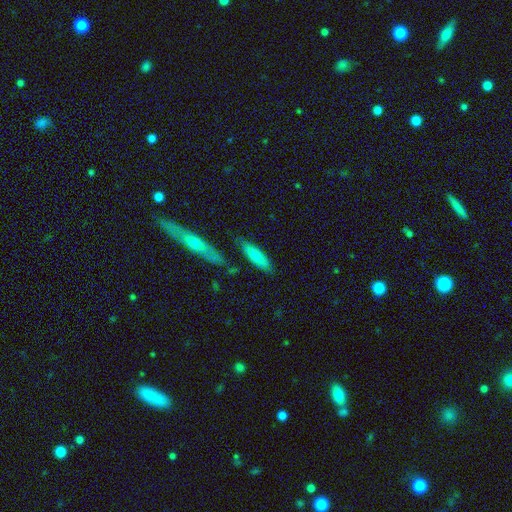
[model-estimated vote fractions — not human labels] smooth 77%, featured or disk 17%, star or artifact 6%. Down the decision tree: how rounded — cigar-shaped (58%); merging — none (73%).